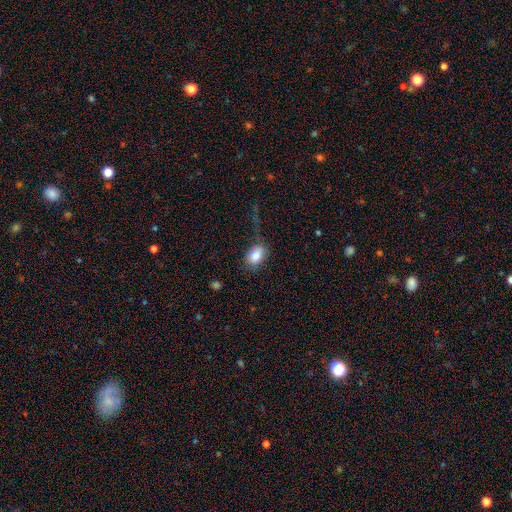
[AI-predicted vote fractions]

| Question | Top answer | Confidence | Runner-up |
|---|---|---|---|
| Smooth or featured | smooth | 82% | featured or disk (10%) |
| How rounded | in between | 83% | round (15%) |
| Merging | none | 66% | minor disturbance (19%) |